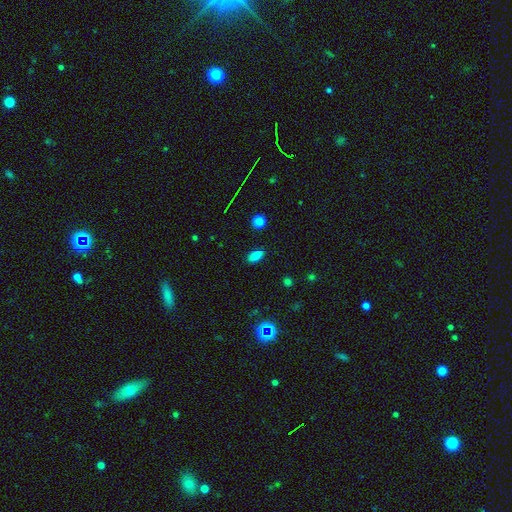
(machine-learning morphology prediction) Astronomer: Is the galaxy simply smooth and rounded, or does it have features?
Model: smooth — 81%.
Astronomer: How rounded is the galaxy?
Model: in between — 87%.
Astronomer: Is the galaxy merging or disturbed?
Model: none — 87%.